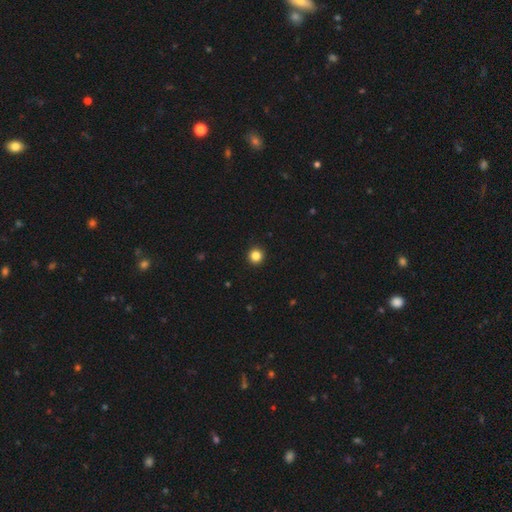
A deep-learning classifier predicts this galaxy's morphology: This appears to be a smooth galaxy with no disk features (85%) that is round (95%). Merging: none (93%).